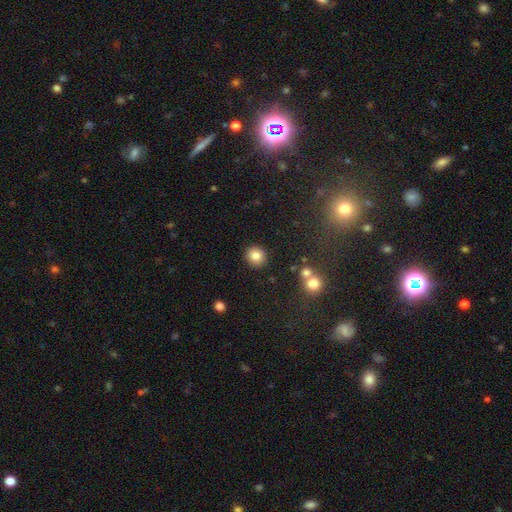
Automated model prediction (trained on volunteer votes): The model was most divided on "smooth or featured": smooth: 84%, star or artifact: 10%, featured or disk: 7%. More confident: merging — none (90%); how rounded — round (90%).